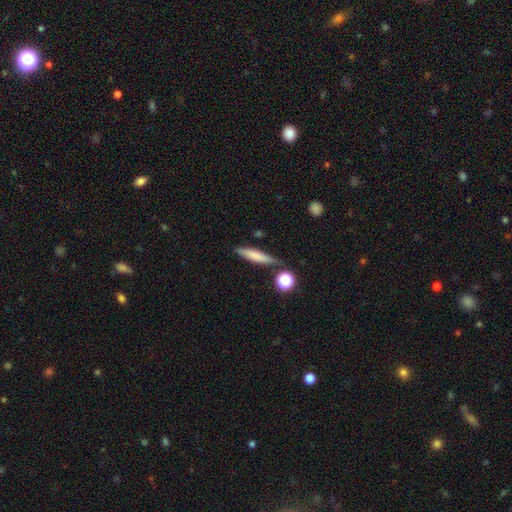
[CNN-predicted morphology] Overall: smooth (72%). How rounded: cigar-shaped (81%). Merging: none (76%).